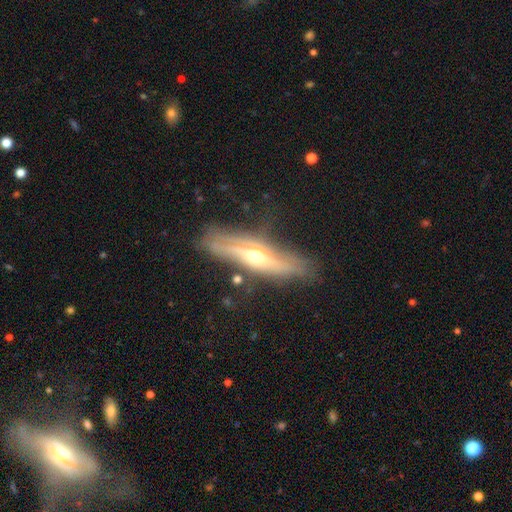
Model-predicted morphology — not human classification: A featured or disk galaxy (71%) viewed edge-on (79%) with a rounded central bulge (88%). Merging: none (71%).